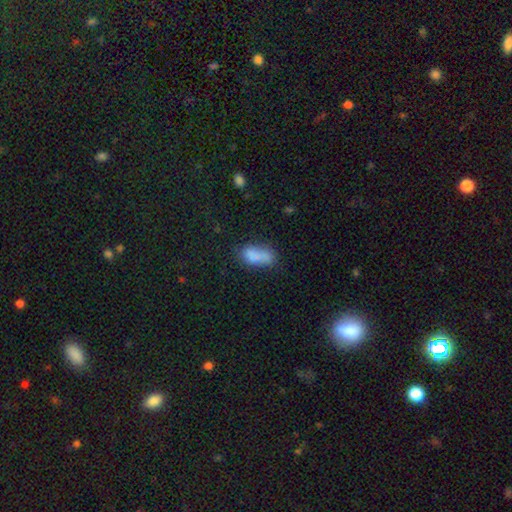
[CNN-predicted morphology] This appears to be a smooth galaxy with no disk features (76%) that is in between round and cigar-shaped (86%). Merging: none (45%).